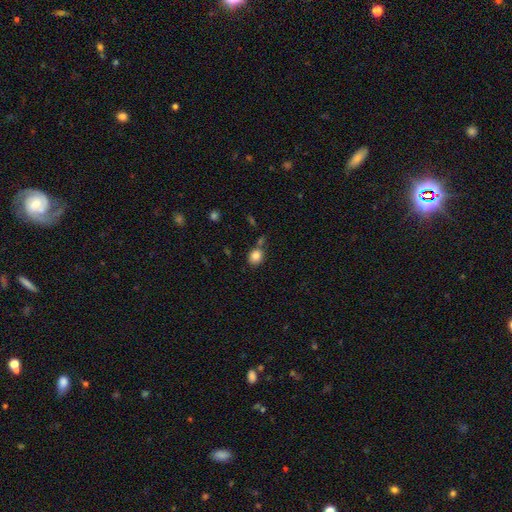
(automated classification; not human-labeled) This appears to be a smooth galaxy with no disk features (83%) that is round (62%). Merging: none (66%).